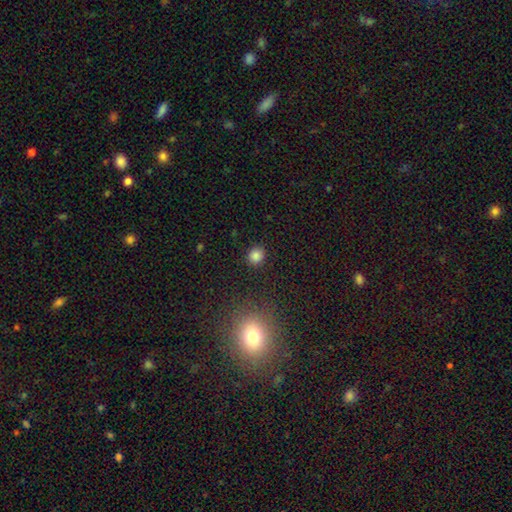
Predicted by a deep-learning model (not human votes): smooth 84%, star or artifact 12%, featured or disk 4%. Down the decision tree: how rounded — round (87%); merging — none (90%).